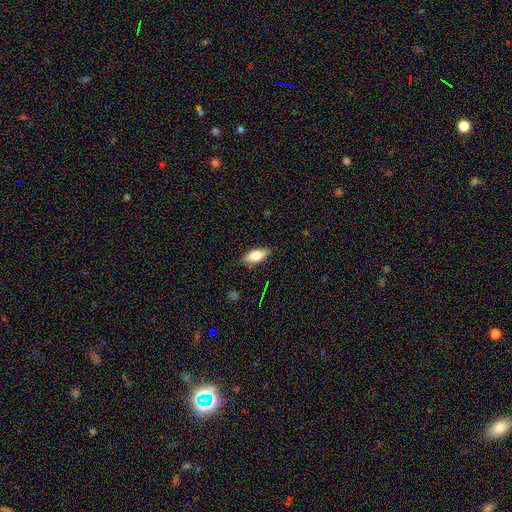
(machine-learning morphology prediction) Smooth or featured? Predicted: smooth (p=0.71). How rounded? Predicted: in between (p=0.81). Merging? Predicted: none (p=0.84).